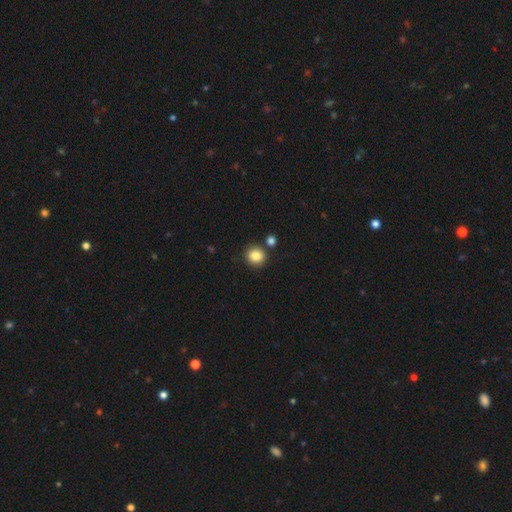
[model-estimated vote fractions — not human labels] smooth-or-featured: smooth: 86% | star or artifact: 10% | featured or disk: 4%
  how-rounded: round: 87% | in between: 12% | cigar-shaped: 1%
  merging: none: 82% | merger: 8% | minor disturbance: 7% | major disturbance: 2%